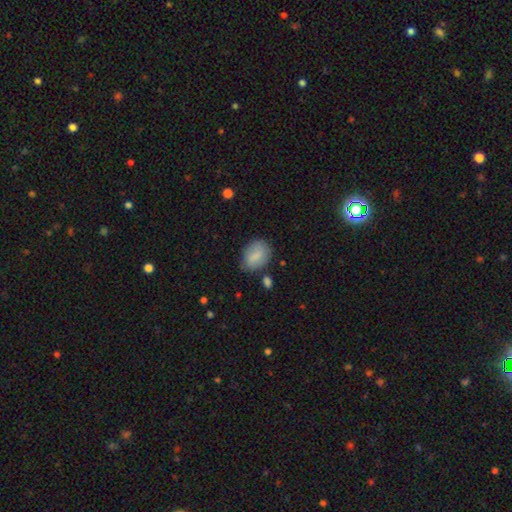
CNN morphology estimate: type=smooth (80%); roundness=in between (75%); merging=none (69%).